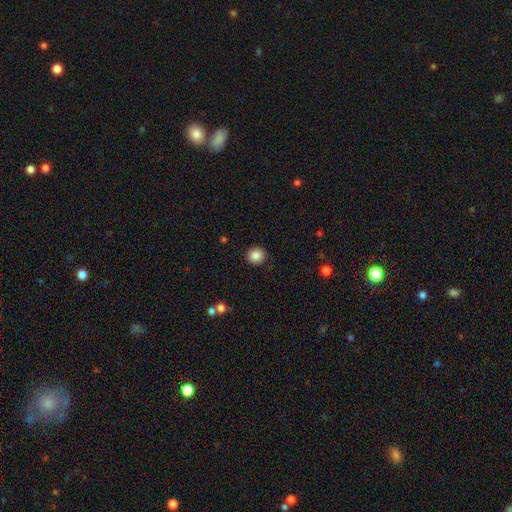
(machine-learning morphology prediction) Smooth or featured? smooth (86%)
How rounded? round (91%)
Merging? none (91%)